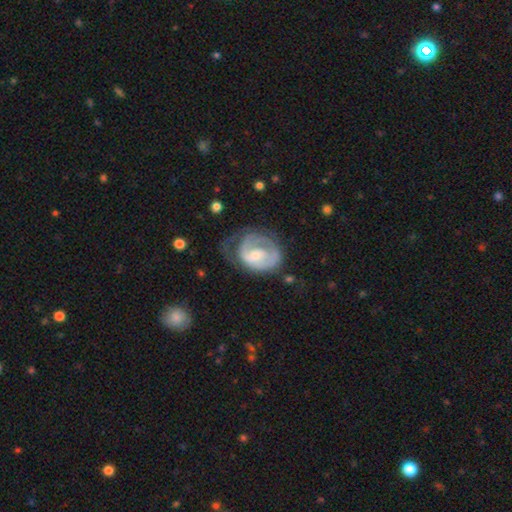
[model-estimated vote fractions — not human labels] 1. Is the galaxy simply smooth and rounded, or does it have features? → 68% featured or disk, 26% smooth, 6% star or artifact.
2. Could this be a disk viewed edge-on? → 97% no, 3% yes.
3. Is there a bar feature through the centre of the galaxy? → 57% no, 35% weak, 8% strong.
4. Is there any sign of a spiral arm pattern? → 74% yes, 26% no.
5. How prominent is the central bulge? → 50% small, 36% moderate, 7% none, 6% large, 1% dominant.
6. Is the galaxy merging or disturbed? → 37% major disturbance, 34% none, 26% minor disturbance, 2% merger.